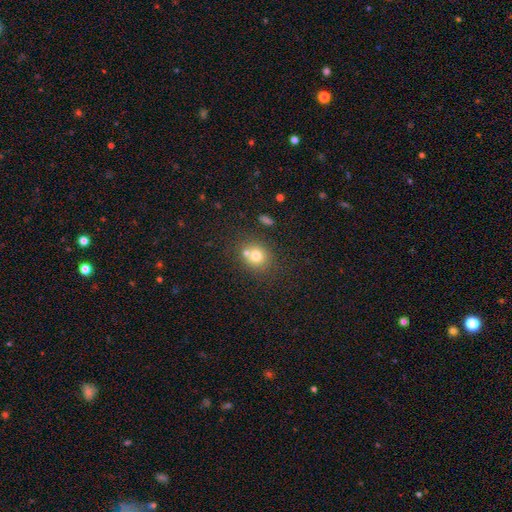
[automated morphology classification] This appears to be a smooth galaxy with no disk features (74%) that is round (78%). Merging: none (59%).